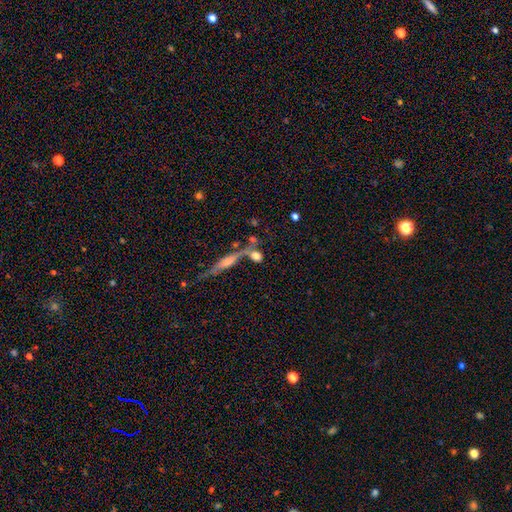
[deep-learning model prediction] Smooth or featured? smooth (68%)
How rounded? round (54%)
Merging? none (50%)